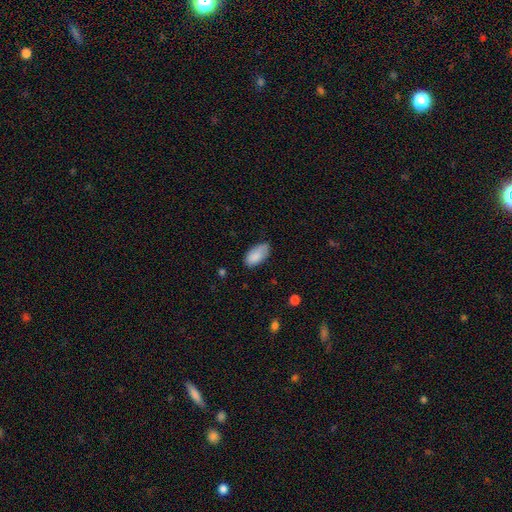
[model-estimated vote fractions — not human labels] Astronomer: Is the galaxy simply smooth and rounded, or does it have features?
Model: smooth — 86%.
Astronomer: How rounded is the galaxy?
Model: in between — 94%.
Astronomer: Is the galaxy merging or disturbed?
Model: none — 68%.